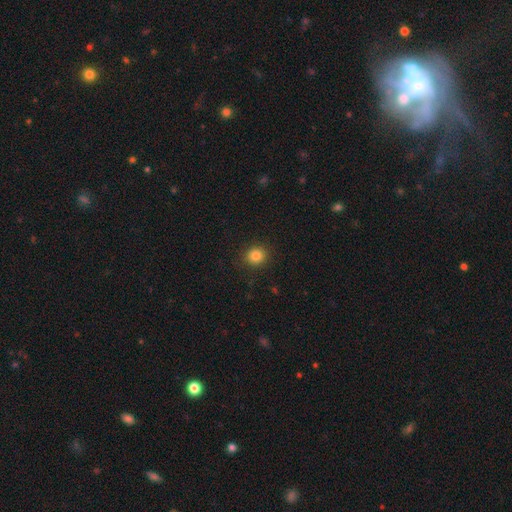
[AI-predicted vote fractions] smooth 84%, star or artifact 11%, featured or disk 5%. Down the decision tree: how rounded — round (86%); merging — none (90%).